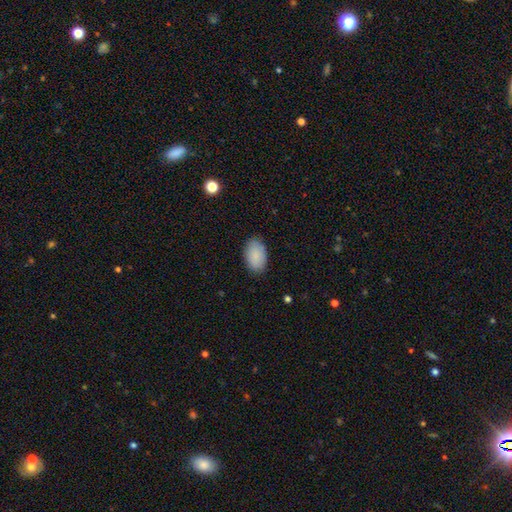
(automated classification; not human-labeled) A smooth galaxy with no disk features (89%) that is in between round and cigar-shaped (92%).

Vote fractions:
- Smooth or featured? smooth: 89% / star or artifact: 6% / featured or disk: 5%
- How rounded? in between: 92% / round: 7% / cigar-shaped: 1%
- Merging? none: 85% / minor disturbance: 12% / major disturbance: 3% / merger: 1%